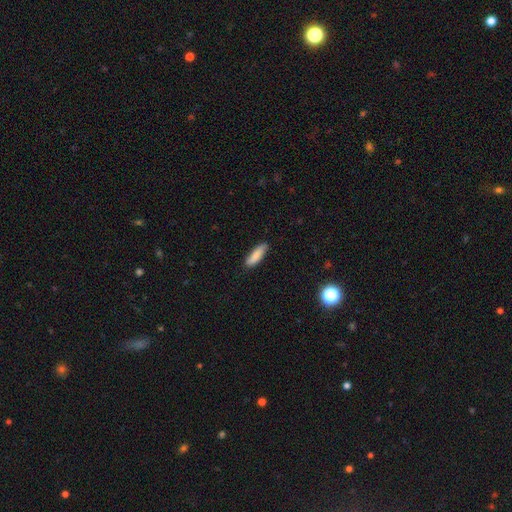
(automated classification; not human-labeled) Smooth or featured? smooth (85%)
How rounded? cigar-shaped (56%)
Merging? none (83%)